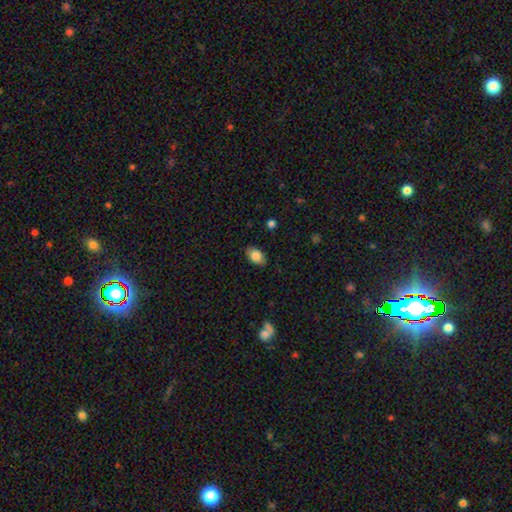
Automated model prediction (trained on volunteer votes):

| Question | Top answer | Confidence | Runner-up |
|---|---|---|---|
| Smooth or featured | smooth | 85% | star or artifact (8%) |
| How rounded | in between | 85% | round (14%) |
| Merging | none | 82% | minor disturbance (14%) |